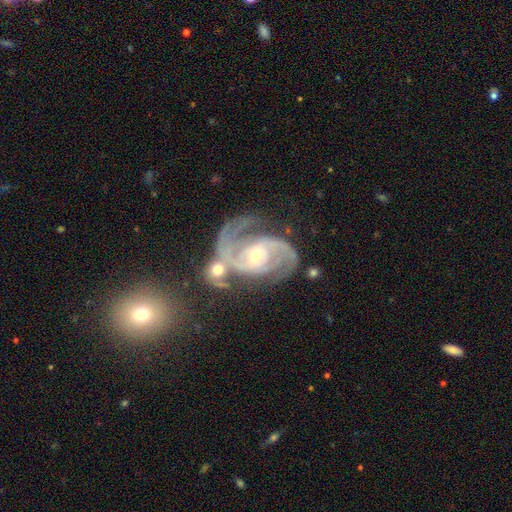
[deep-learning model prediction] Smooth or featured? featured or disk (91%)
Edge-on disk? no (98%)
Bar? no (49%)
Spiral arms? yes (98%)
Spiral winding? medium (53%)
Spiral arm count? 2 (74%)
Bulge size? small (54%)
Merging? none (50%)